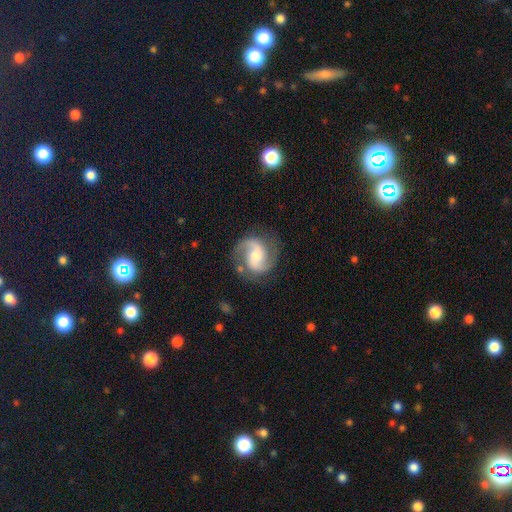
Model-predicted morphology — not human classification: The model was most divided on "bar" (2-way tie): no: 42%, weak: 42%, strong: 16%. More confident: edge-on disk — no (98%); spiral arms — yes (97%); spiral arm count — 2 (89%); smooth or featured — featured or disk (86%); merging — none (78%); bulge size — moderate (55%); spiral winding — medium (54%).